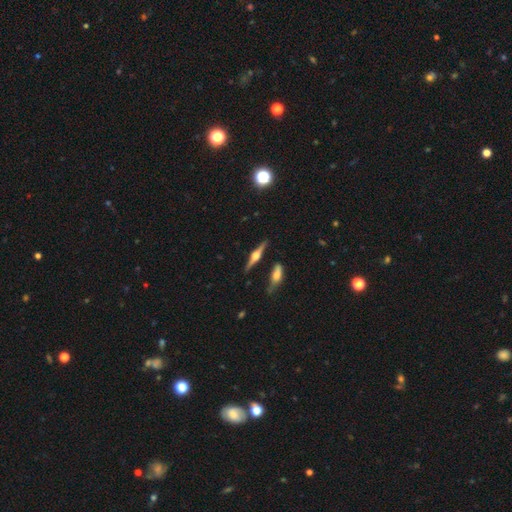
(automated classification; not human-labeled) smooth_or_featured: featured or disk (p=0.81) [alt: smooth p=0.13]
disk_edge_on: yes (p=0.98) [alt: no p=0.02]
edge_on_bulge: rounded (p=0.94) [alt: boxy p=0.04]
merging: none (p=0.83) [alt: minor disturbance p=0.09]